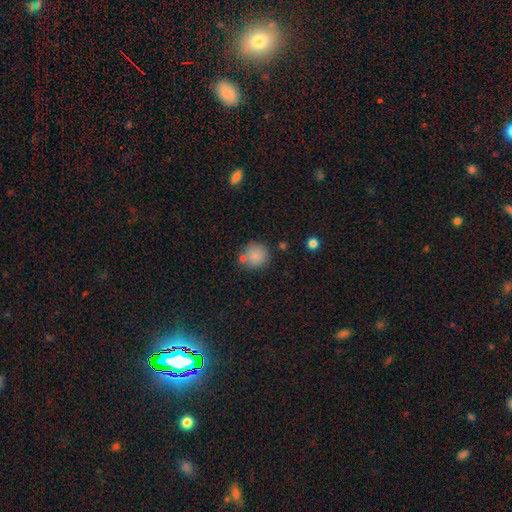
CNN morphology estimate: A smooth galaxy with no disk features (84%) that is round (92%). Merging: none (70%).